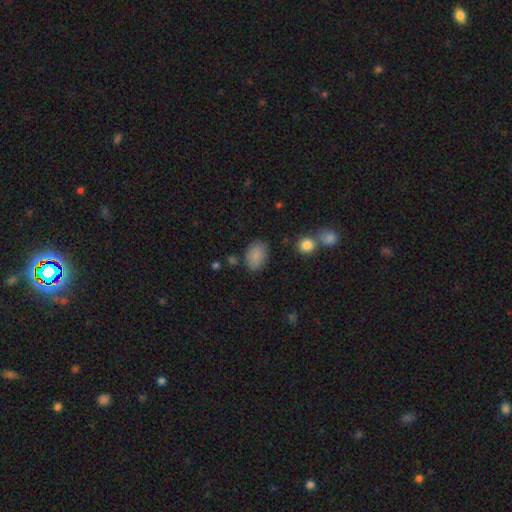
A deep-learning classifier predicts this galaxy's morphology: Smooth or featured: smooth — 84% (star or artifact — 8%)
How rounded: in between — 84% (round — 14%)
Merging: none — 77% (minor disturbance — 16%)